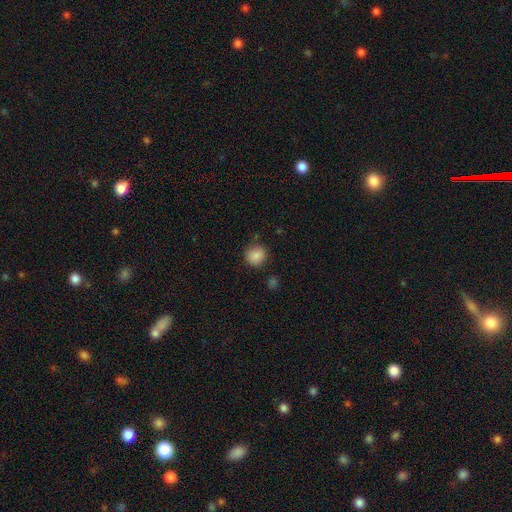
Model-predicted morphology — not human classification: smooth-or-featured: smooth: 87% | star or artifact: 9% | featured or disk: 4%
  how-rounded: round: 87% | in between: 13% | cigar-shaped: 1%
  merging: none: 83% | minor disturbance: 11% | major disturbance: 3% | merger: 3%